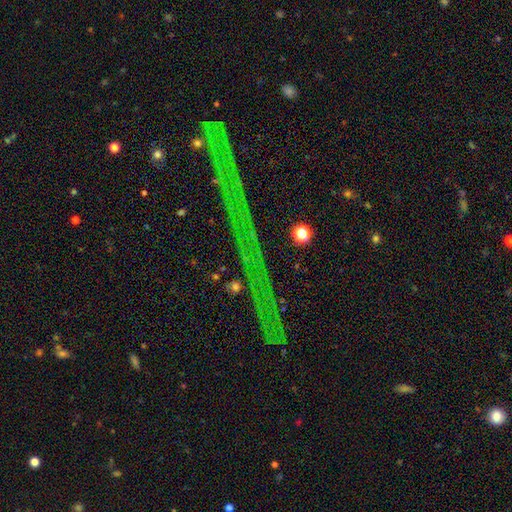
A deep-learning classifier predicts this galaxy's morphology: This appears to be a star or artifact, not a galaxy (78%).